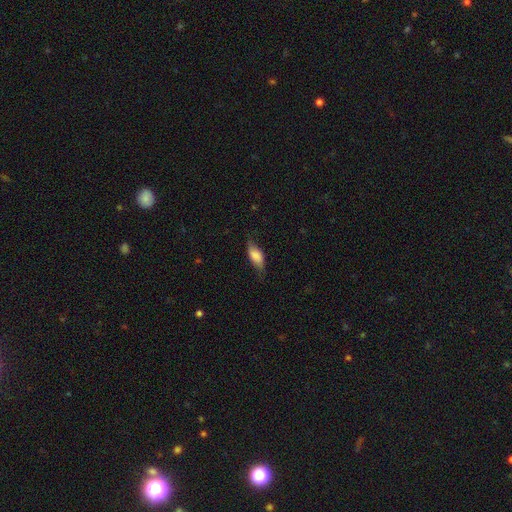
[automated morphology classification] Overall: smooth (74%). How rounded: in between (81%). Merging: none (63%; minor disturbance 27%).